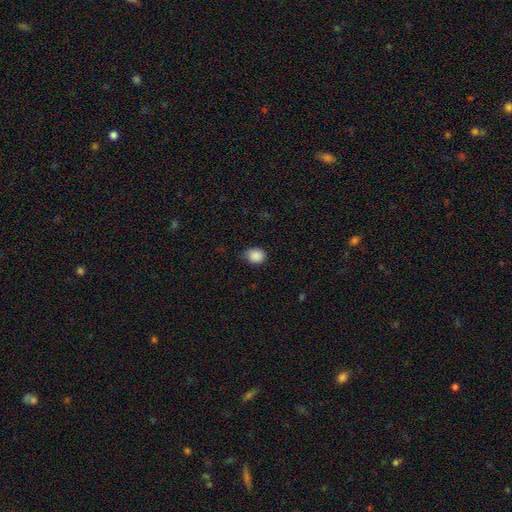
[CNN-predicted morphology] Smooth or featured? Predicted: smooth (p=0.88). How rounded? Predicted: round (p=0.52). Merging? Predicted: none (p=0.66).